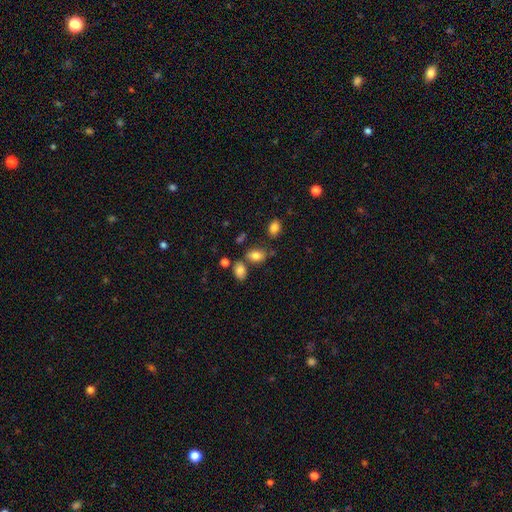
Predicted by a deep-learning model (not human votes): smooth_or_featured: smooth (p=0.80) [alt: featured or disk p=0.10]
how_rounded: in between (p=0.87) [alt: round p=0.11]
merging: none (p=0.67) [alt: minor disturbance p=0.15]